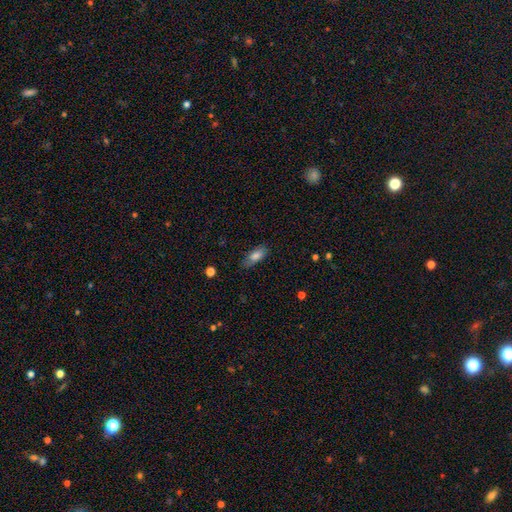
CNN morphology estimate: Smooth or featured? smooth (81%)
How rounded? in between (77%)
Merging? none (79%)